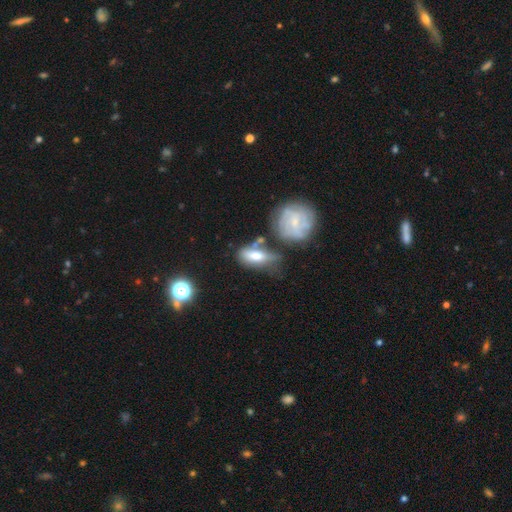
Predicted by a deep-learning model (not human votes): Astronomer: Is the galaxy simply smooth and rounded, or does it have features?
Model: smooth — 51% (runner-up: featured or disk, 41%).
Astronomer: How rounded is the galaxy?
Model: in between — 73%.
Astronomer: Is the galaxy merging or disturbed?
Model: none — 43% (runner-up: minor disturbance, 23%).